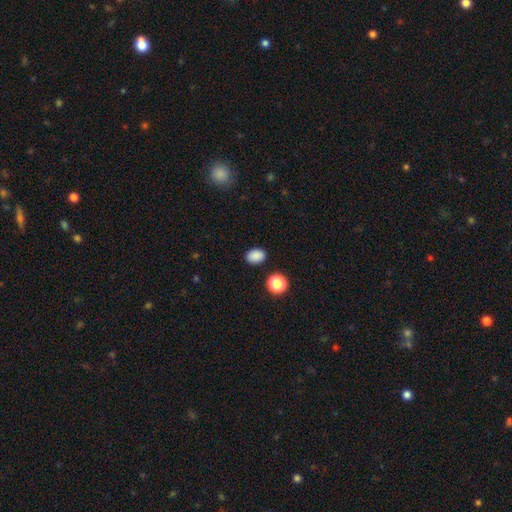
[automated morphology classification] smooth_or_featured: smooth (p=0.87) [alt: star or artifact p=0.10]
how_rounded: in between (p=0.70) [alt: round p=0.29]
merging: none (p=0.87) [alt: minor disturbance p=0.08]